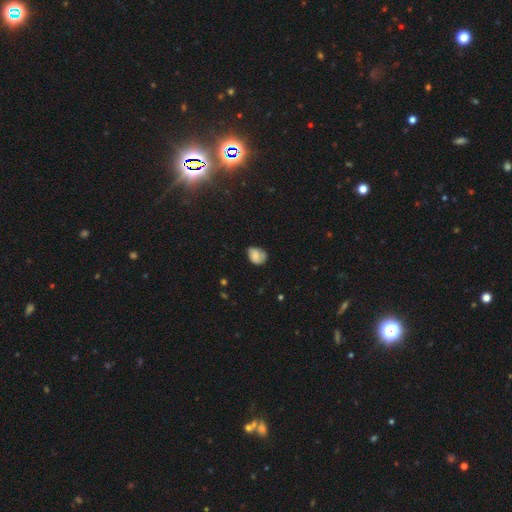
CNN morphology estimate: smooth-or-featured: smooth: 69% | featured or disk: 22% | star or artifact: 9%
  how-rounded: in between: 63% | round: 36% | cigar-shaped: 1%
  merging: none: 48% | minor disturbance: 35% | major disturbance: 14% | merger: 3%